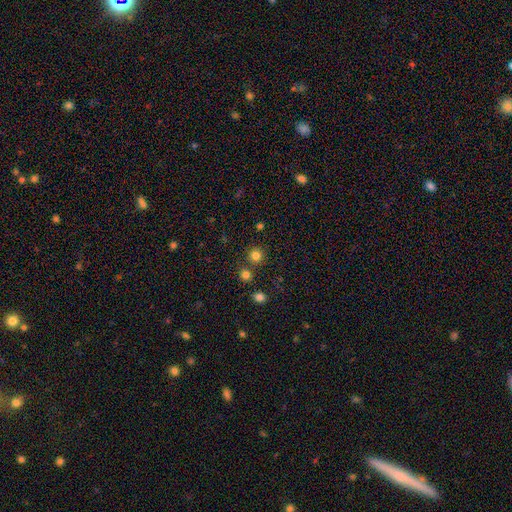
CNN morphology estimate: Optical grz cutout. It shows a smooth galaxy with no disk features (81%) that is round (93%). Merging: none (79%).